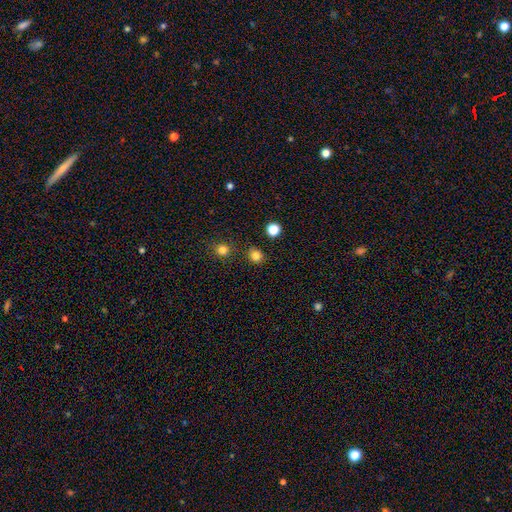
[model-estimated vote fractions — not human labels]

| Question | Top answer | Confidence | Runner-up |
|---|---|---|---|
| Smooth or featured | smooth | 82% | star or artifact (14%) |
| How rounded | round | 83% | in between (16%) |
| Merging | none | 86% | minor disturbance (8%) |